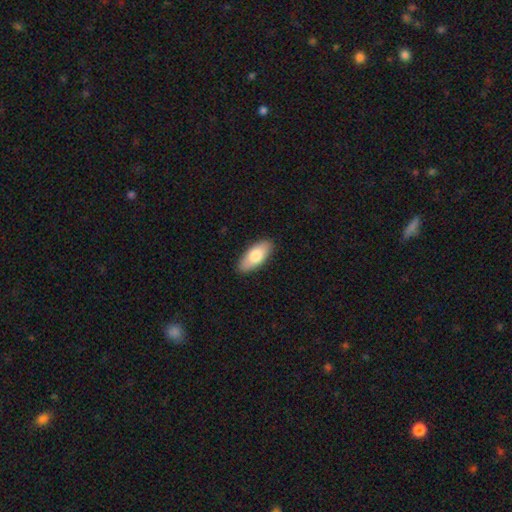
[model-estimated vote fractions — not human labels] Smooth or featured? Predicted: smooth (p=0.76). How rounded? Predicted: in between (p=0.87). Merging? Predicted: none (p=0.89).